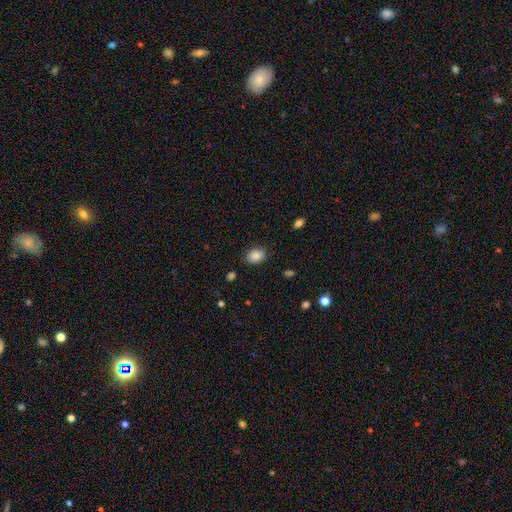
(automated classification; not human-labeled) This is clearly a smooth galaxy (88%). How rounded: likely in between (73%). Merging: clearly none (84%).